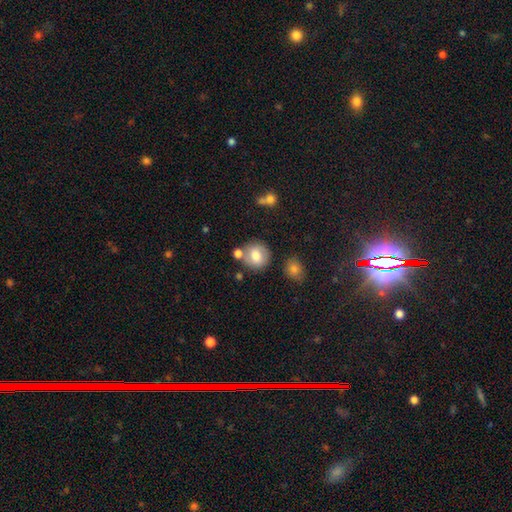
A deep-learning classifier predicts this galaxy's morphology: Smooth or featured?
  - smooth: 74% *
  - featured or disk: 17%
  - star or artifact: 9%
How rounded?
  - round: 86% *
  - in between: 13%
  - cigar-shaped: 1%
Merging?
  - none: 70% *
  - merger: 15%
  - minor disturbance: 12%
  - major disturbance: 4%